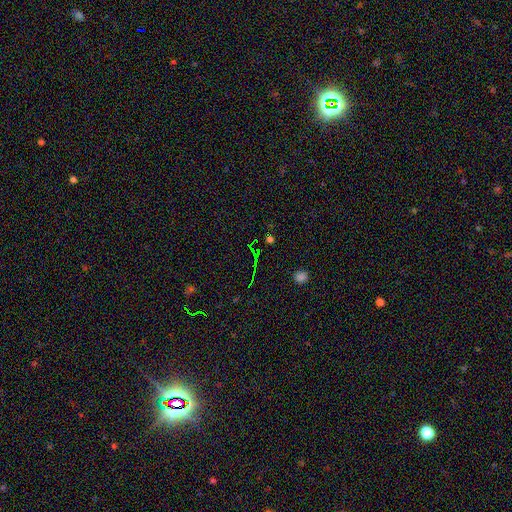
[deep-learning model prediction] The model was most divided on "smooth or featured": star or artifact: 74%, smooth: 14%, featured or disk: 12%.